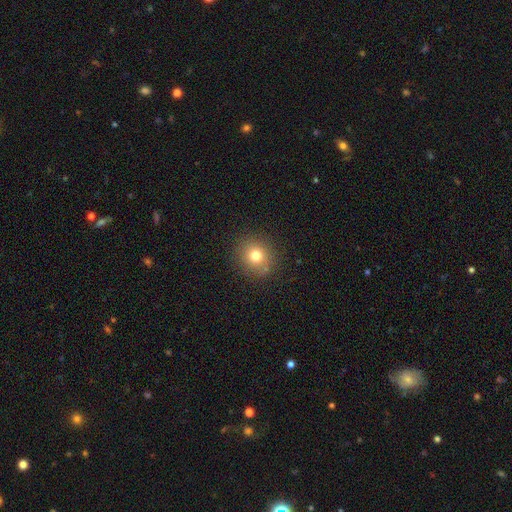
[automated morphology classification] Overall: smooth (74%). How rounded: round (89%). Merging: none (85%).